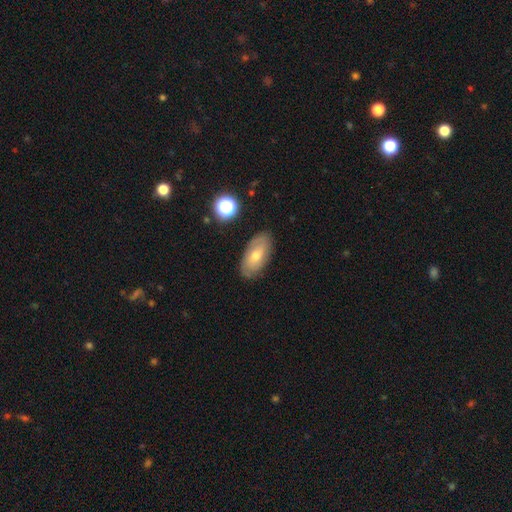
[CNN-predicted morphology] Overall: smooth (53%; featured or disk 38%). How rounded: in between (91%). Merging: none (83%).